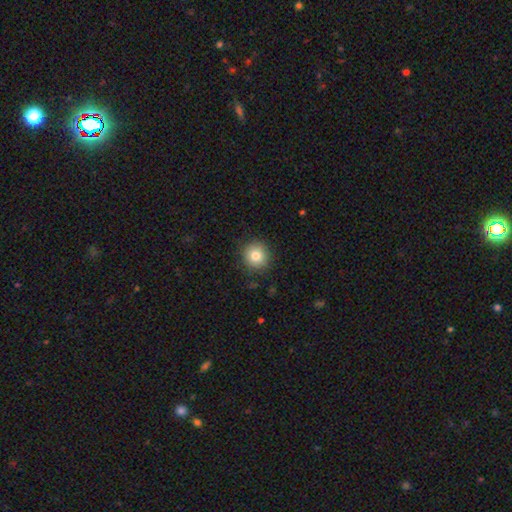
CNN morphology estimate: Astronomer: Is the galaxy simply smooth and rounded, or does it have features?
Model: smooth — 82%.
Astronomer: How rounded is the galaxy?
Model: round — 91%.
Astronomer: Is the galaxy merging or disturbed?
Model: none — 88%.